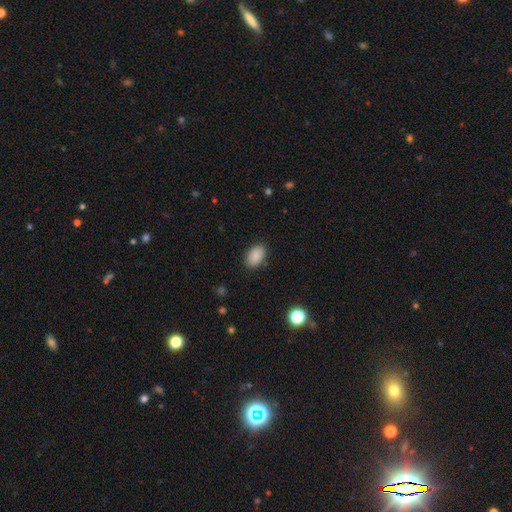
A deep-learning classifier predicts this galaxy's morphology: type=smooth (89%); roundness=in between (90%); merging=none (87%).